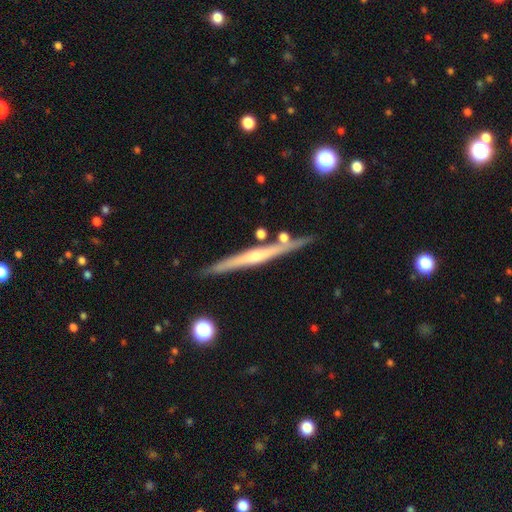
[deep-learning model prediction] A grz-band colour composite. It shows a featured or disk galaxy (75%) viewed edge-on (97%) with a rounded central bulge (55%). Merging: none (85%).